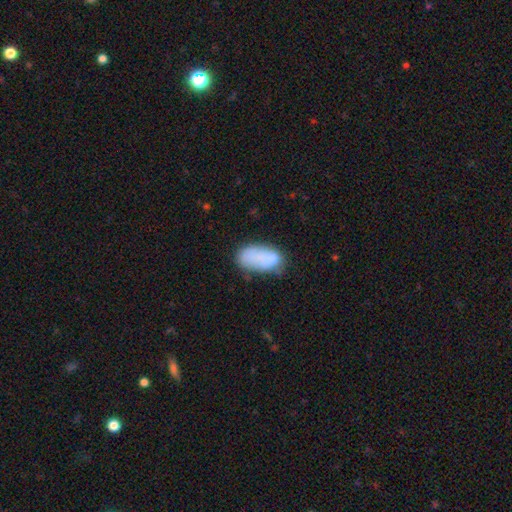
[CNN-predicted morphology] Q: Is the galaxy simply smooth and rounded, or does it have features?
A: smooth — 76%.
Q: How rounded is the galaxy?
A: in between — 93%.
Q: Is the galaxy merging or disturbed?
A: none — 48%.